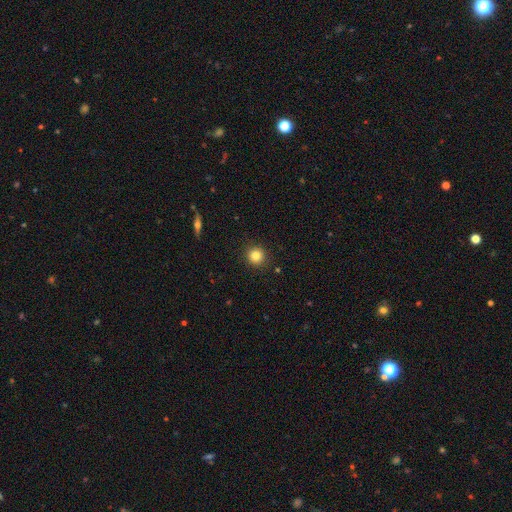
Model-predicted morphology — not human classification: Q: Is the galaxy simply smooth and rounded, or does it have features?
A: smooth — 83%.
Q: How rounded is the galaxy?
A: round — 94%.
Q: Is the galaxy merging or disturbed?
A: none — 92%.